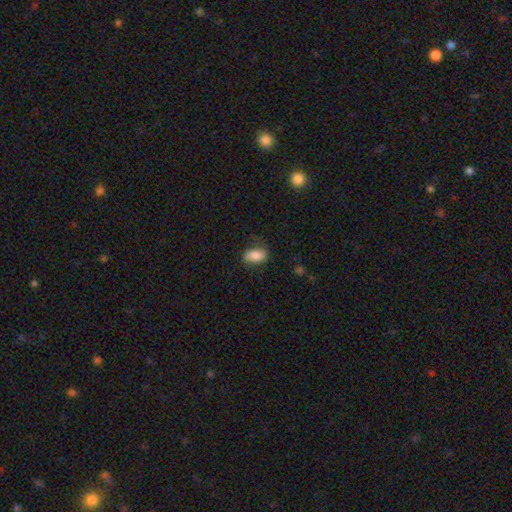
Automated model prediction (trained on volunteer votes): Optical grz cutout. It shows a smooth galaxy with no disk features (80%) that is in between round and cigar-shaped (88%). Merging: none (67%).